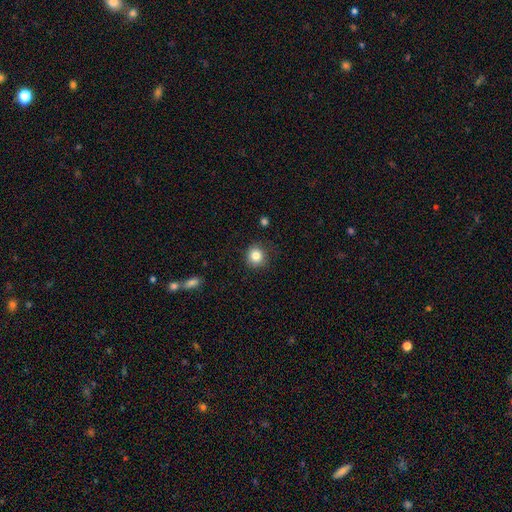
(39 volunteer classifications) Smooth or featured: smooth — 92% (featured or disk — 5%)
How rounded: round — 83% (in between — 17%)
Merging: none — 84% (minor disturbance — 5%)